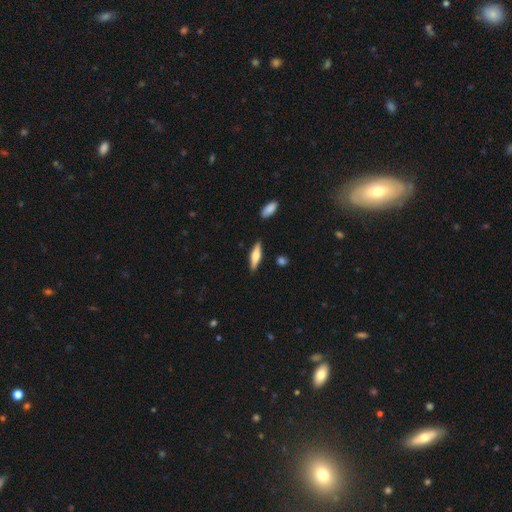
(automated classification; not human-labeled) The model was most divided on "smooth or featured": smooth: 52%, featured or disk: 42%, star or artifact: 6%. More confident: merging — none (87%); how rounded — cigar-shaped (68%).